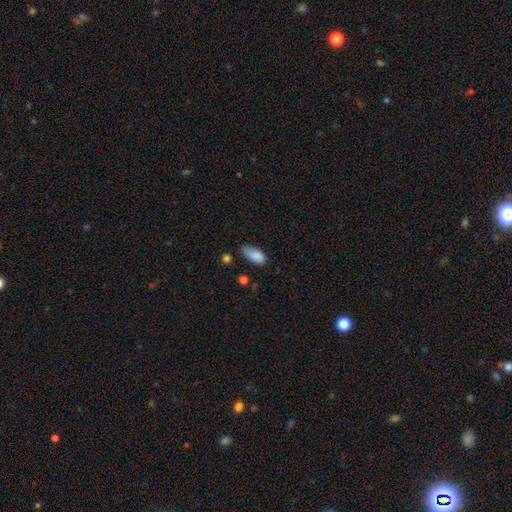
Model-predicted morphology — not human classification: A smooth galaxy with no disk features (85%) that is in between round and cigar-shaped (90%).

Vote fractions:
- Smooth or featured? smooth: 85% / star or artifact: 8% / featured or disk: 7%
- How rounded? in between: 90% / cigar-shaped: 7% / round: 3%
- Merging? none: 50% / minor disturbance: 38% / major disturbance: 9% / merger: 4%